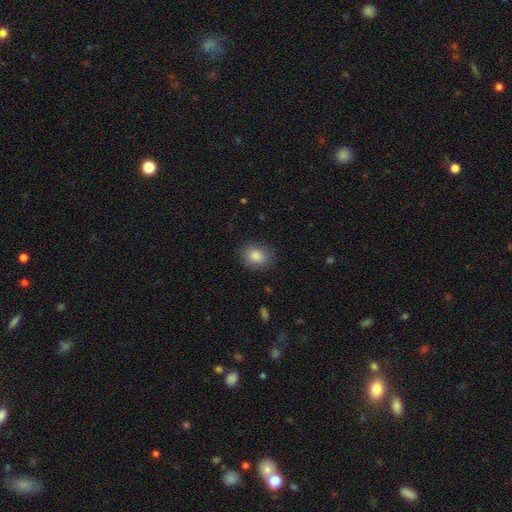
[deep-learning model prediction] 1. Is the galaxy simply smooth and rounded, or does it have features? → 86% smooth, 8% star or artifact, 6% featured or disk.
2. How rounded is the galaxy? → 53% in between, 46% round, 1% cigar-shaped.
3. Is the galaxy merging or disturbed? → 84% none, 12% minor disturbance, 3% major disturbance, 1% merger.